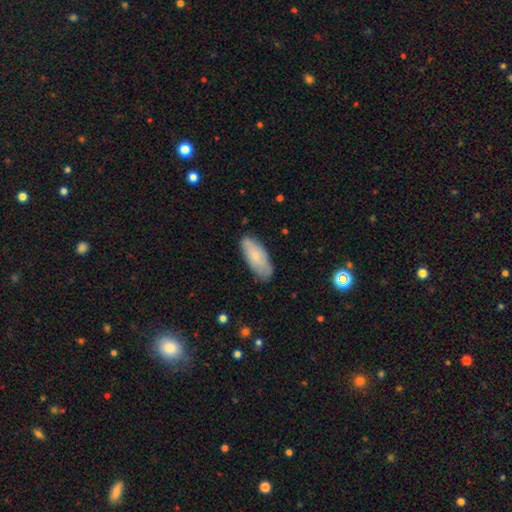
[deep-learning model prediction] Smooth or featured: smooth — 69% (featured or disk — 24%)
How rounded: in between — 79% (cigar-shaped — 19%)
Merging: none — 79% (minor disturbance — 17%)